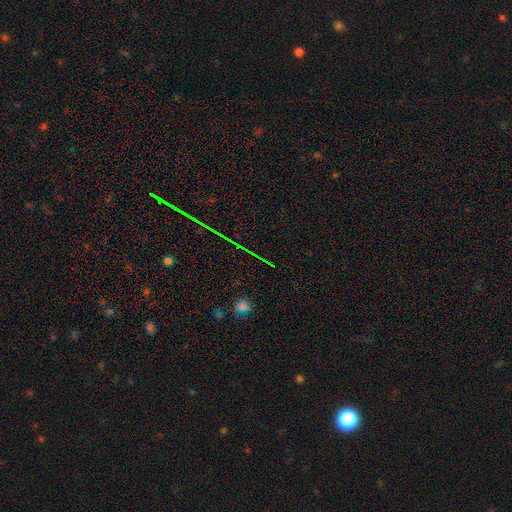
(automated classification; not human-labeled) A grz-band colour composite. It shows a star or artifact, not a galaxy (77%).